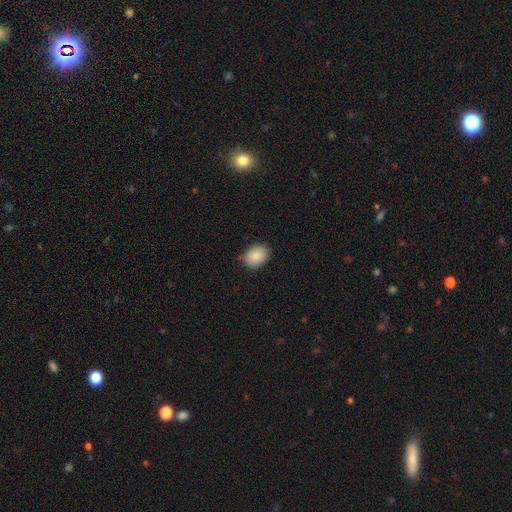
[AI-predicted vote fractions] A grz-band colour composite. It shows a smooth galaxy with no disk features (88%) that is in between round and cigar-shaped (60%). Merging: none (84%).